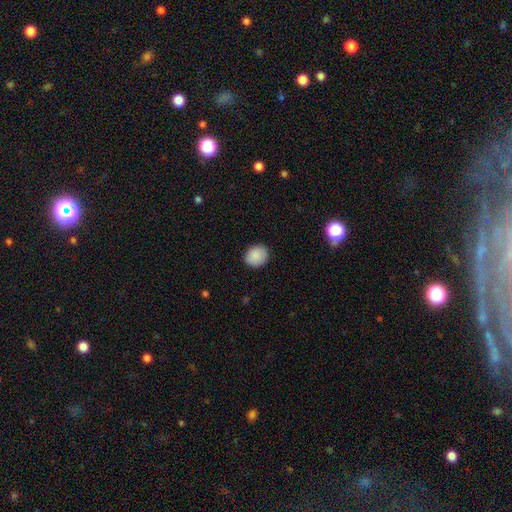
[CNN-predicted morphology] Q: Smooth or featured?
A: smooth (88%); runner-up: star or artifact (8%)
Q: How rounded?
A: round (67%); runner-up: in between (32%)
Q: Merging?
A: none (87%); runner-up: minor disturbance (10%)